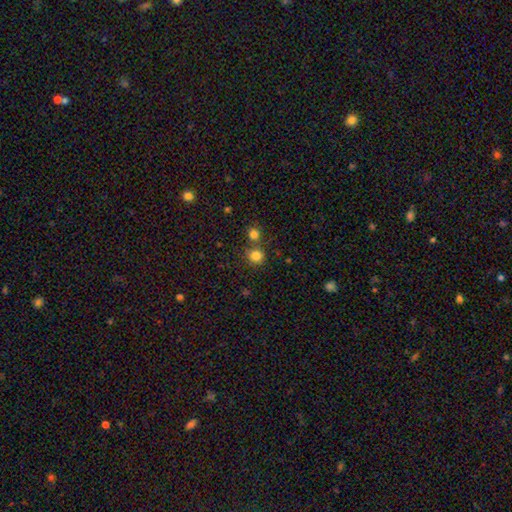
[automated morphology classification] Smooth or featured? smooth (82%)
How rounded? round (89%)
Merging? none (68%)